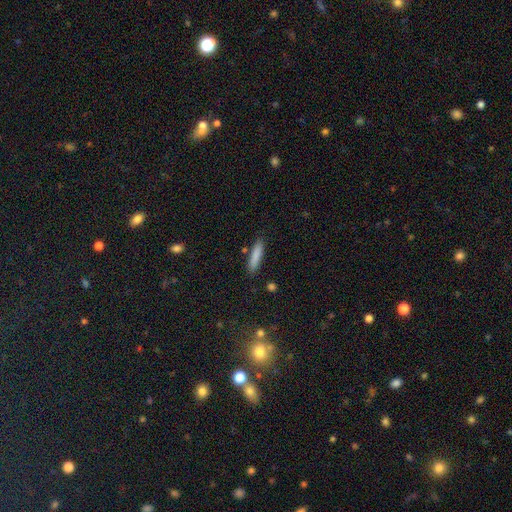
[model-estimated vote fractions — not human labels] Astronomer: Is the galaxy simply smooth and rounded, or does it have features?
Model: smooth — 83%.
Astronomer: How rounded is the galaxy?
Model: cigar-shaped — 85%.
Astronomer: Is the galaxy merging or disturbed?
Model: none — 86%.